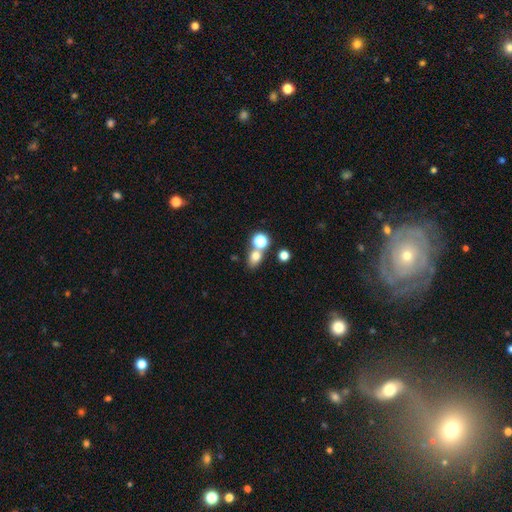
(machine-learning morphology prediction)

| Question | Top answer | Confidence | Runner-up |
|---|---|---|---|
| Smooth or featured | smooth | 72% | star or artifact (17%) |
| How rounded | in between | 54% | round (45%) |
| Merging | none | 55% | merger (31%) |